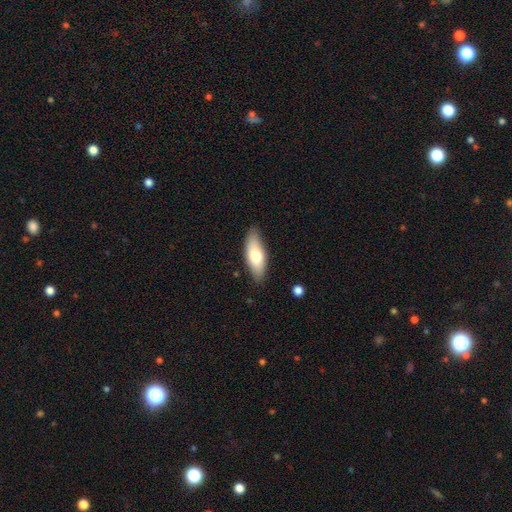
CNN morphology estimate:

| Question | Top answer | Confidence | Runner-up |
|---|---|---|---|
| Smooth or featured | smooth | 70% | featured or disk (24%) |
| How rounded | in between | 71% | cigar-shaped (27%) |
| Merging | none | 84% | minor disturbance (12%) |